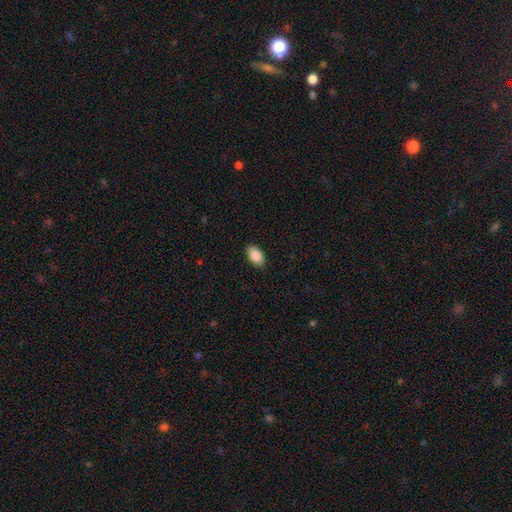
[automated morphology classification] The model was most divided on "smooth or featured": smooth: 86%, star or artifact: 7%, featured or disk: 7%. More confident: how rounded — in between (93%); merging — none (90%).